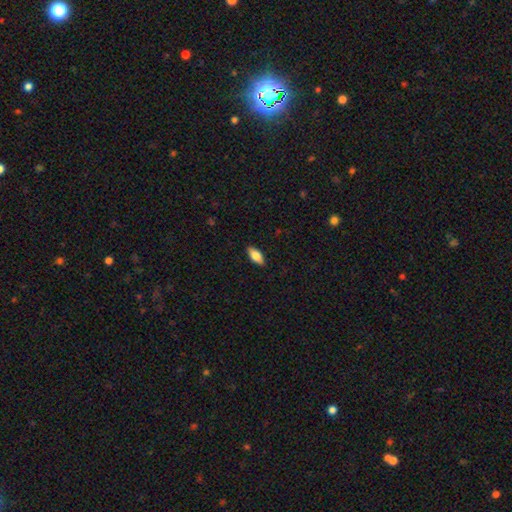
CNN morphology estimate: Smooth or featured: smooth — 76% (featured or disk — 17%)
How rounded: in between — 85% (cigar-shaped — 12%)
Merging: none — 88% (minor disturbance — 9%)